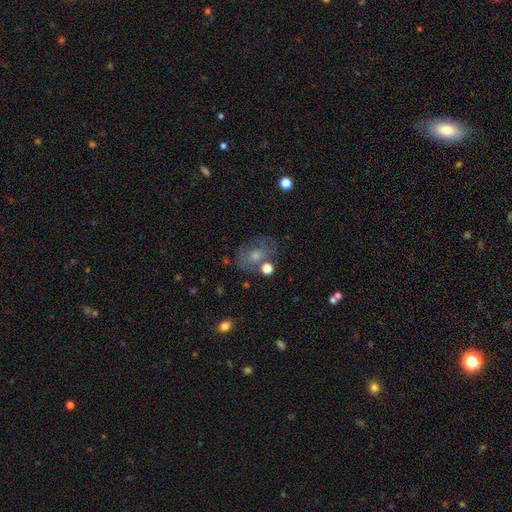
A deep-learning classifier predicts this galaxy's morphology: Smooth or featured?
  - smooth: 41% *
  - featured or disk: 38%
  - star or artifact: 21%
Merging?
  - none: 67% *
  - minor disturbance: 18%
  - major disturbance: 9%
  - merger: 7%